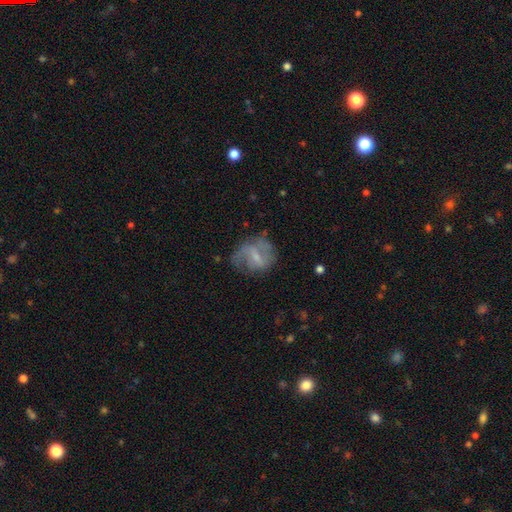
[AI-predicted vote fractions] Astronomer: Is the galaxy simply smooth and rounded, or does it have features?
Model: featured or disk — 62%.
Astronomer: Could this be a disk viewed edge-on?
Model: no — 97%.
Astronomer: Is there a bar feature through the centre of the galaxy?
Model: weak — 54%.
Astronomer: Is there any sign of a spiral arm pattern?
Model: yes — 73%.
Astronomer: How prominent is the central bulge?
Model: small — 54%.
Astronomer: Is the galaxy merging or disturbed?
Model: none — 50% (runner-up: minor disturbance, 27%).